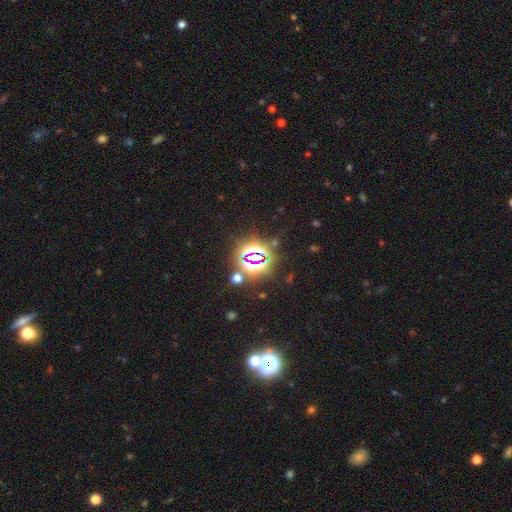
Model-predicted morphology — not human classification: star or artifact 78%, smooth 14%, featured or disk 9%.